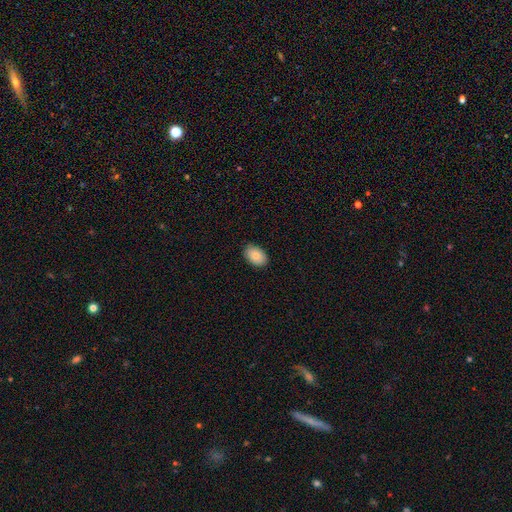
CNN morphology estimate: Q: Smooth or featured?
A: smooth (84%); runner-up: featured or disk (9%)
Q: How rounded?
A: in between (88%); runner-up: round (11%)
Q: Merging?
A: none (87%); runner-up: minor disturbance (10%)